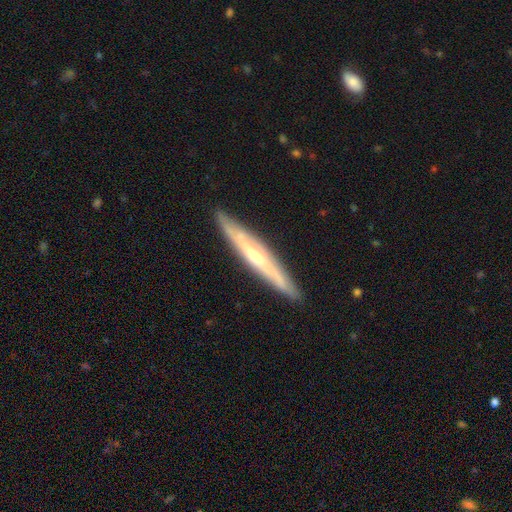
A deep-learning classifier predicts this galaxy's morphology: Overall: featured or disk (68%). Edge-on disk: yes (86%). Edge-on bulge: rounded (70%). Merging: none (88%).